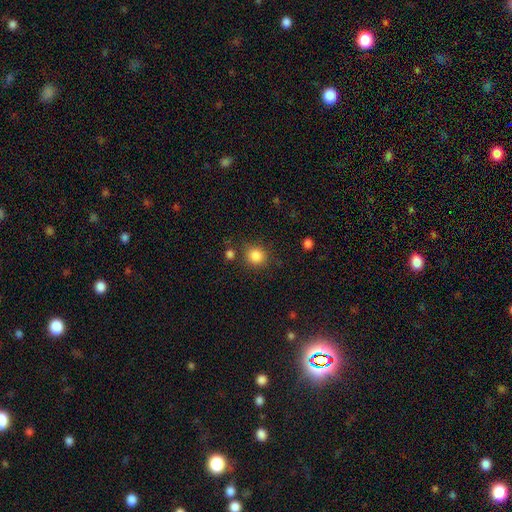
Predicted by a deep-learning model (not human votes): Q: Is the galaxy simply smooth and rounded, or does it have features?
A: smooth — 85%.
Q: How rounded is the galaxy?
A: round — 86%.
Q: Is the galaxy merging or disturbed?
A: none — 80%.